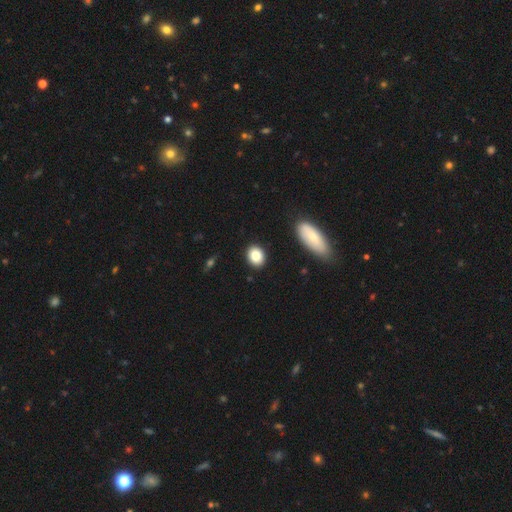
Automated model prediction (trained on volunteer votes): smooth 83%, featured or disk 8%, star or artifact 8%. Down the decision tree: how rounded — in between (52%); merging — none (89%).